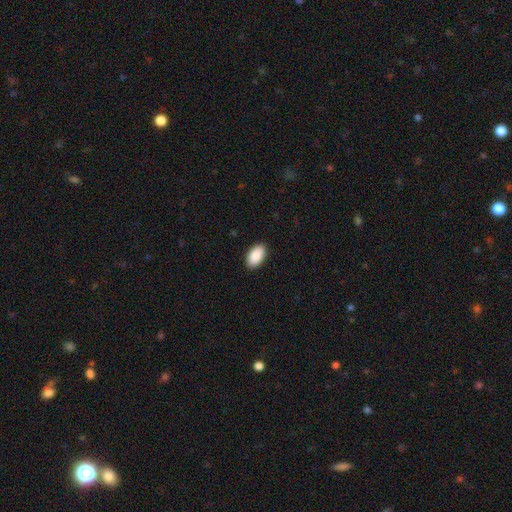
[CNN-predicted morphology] Smooth or featured? Predicted: smooth (p=0.91). How rounded? Predicted: in between (p=0.95). Merging? Predicted: none (p=0.90).